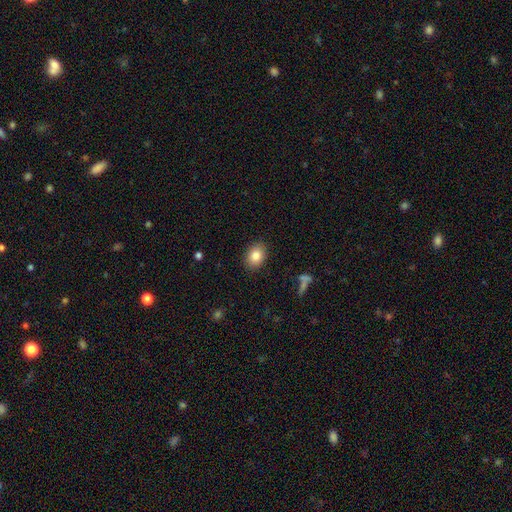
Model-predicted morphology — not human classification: This appears to be a smooth galaxy with no disk features (84%) that is in between round and cigar-shaped (69%). Merging: none (88%).